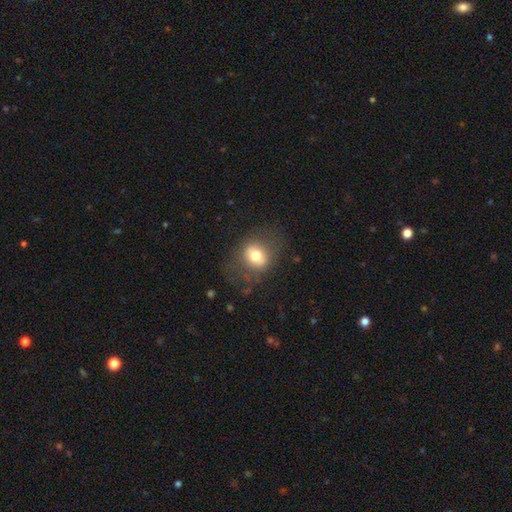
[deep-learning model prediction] smooth_or_featured: smooth (p=0.68) [alt: featured or disk p=0.22]
how_rounded: round (p=0.61) [alt: in between p=0.37]
merging: none (p=0.69) [alt: minor disturbance p=0.17]